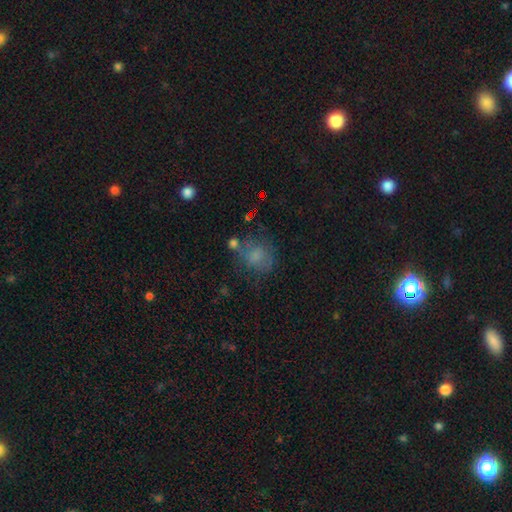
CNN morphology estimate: type=smooth (61%); roundness=round (70%); merging=none (50%).